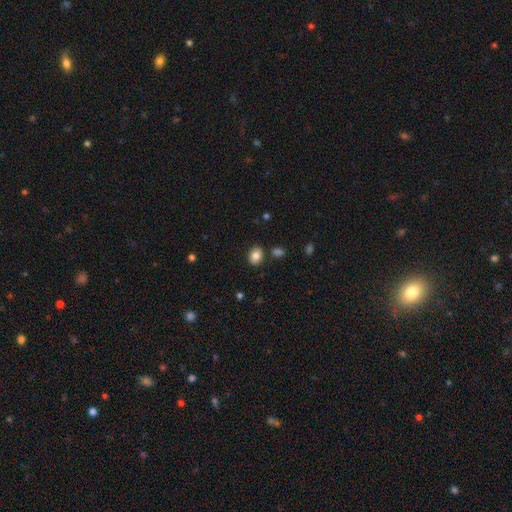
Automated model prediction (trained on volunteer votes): A smooth galaxy with no disk features (84%) that is in between round and cigar-shaped (57%).

Vote fractions:
- Smooth or featured? smooth: 84% / star or artifact: 9% / featured or disk: 7%
- How rounded? in between: 57% / round: 42% / cigar-shaped: 1%
- Merging? none: 84% / minor disturbance: 9% / merger: 4% / major disturbance: 2%